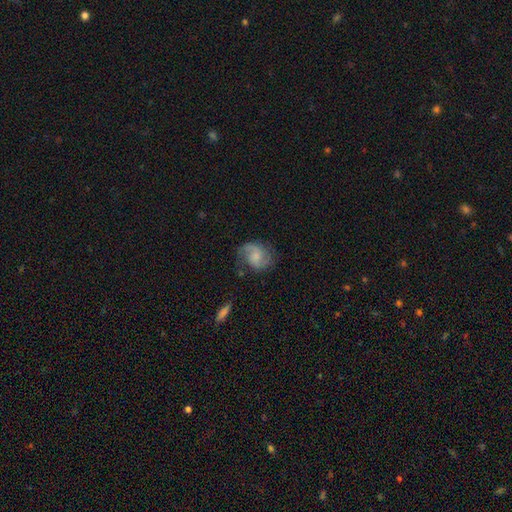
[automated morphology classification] smooth-or-featured: featured or disk: 69% | smooth: 24% | star or artifact: 7%
  disk-edge-on: no: 98% | yes: 2%
    bar: no: 57% | weak: 37% | strong: 6%
    has-spiral-arms: yes: 94% | no: 6%
      spiral-winding: medium: 48% | loose: 34% | tight: 18%
      spiral-arm-count: 2: 82% | 1: 7% | can't tell: 6% | 3: 2% | 4: 1% | more than 4: 1%
    bulge-size: small: 45% | moderate: 31% | none: 18% | large: 5% | dominant: 1%
  merging: none: 64% | minor disturbance: 22% | major disturbance: 12% | merger: 2%